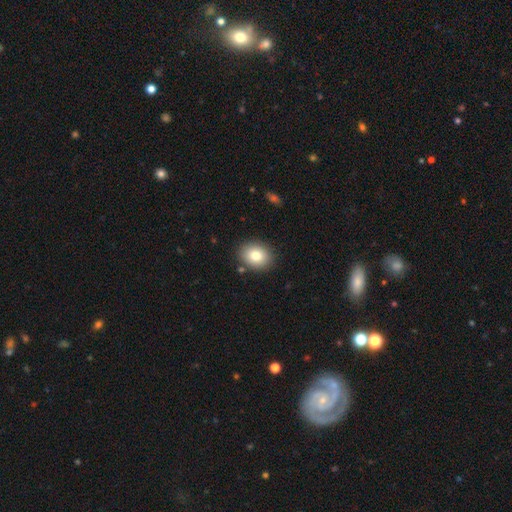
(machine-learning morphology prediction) Smooth or featured? Predicted: smooth (p=0.81). How rounded? Predicted: in between (p=0.53). Merging? Predicted: none (p=0.87).